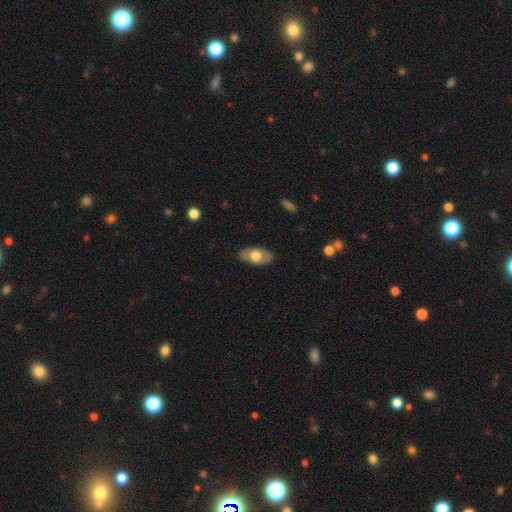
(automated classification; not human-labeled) This appears to be a smooth galaxy with no disk features (60%) that is in between round and cigar-shaped (92%). Merging: none (83%).